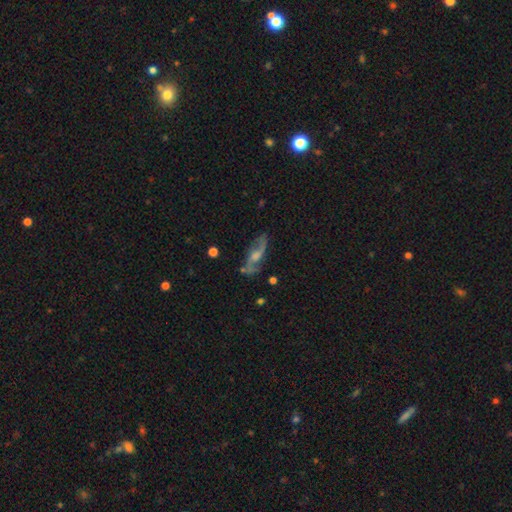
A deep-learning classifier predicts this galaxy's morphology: This is likely a featured or disk galaxy (79%). It is clearly not viewed edge-on (86%). Bar: marginally no (44%). Spiral arm pattern: clearly yes (92%). Spiral arm count: clearly 2 (88%). Spiral winding: possibly loose (52%). Central bulge: possibly moderate (49%). Merging: likely none (71%).